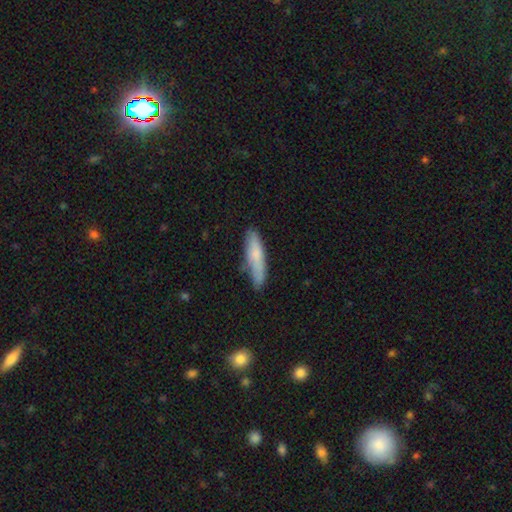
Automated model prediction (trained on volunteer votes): The model was most divided on "merging": none: 69%, minor disturbance: 23%, major disturbance: 4%, merger: 4%. More confident: how rounded — cigar-shaped (78%); smooth or featured — smooth (72%).